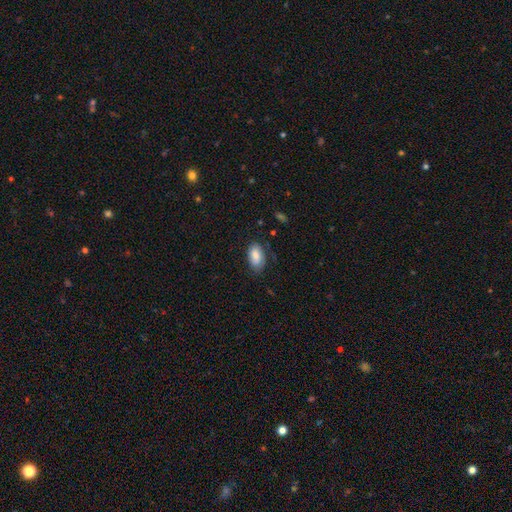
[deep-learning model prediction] Smooth or featured?
  - smooth: 78% *
  - featured or disk: 15%
  - star or artifact: 7%
How rounded?
  - in between: 92% *
  - round: 6%
  - cigar-shaped: 2%
Merging?
  - none: 63% *
  - minor disturbance: 27%
  - major disturbance: 9%
  - merger: 2%